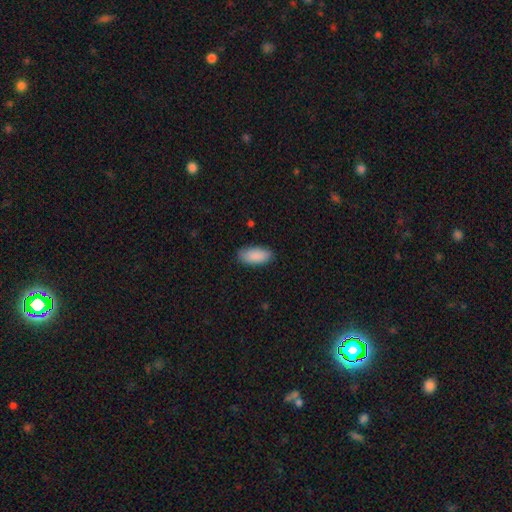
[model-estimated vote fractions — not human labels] This appears to be a smooth galaxy with no disk features (90%) that is in between round and cigar-shaped (91%). Merging: none (85%).